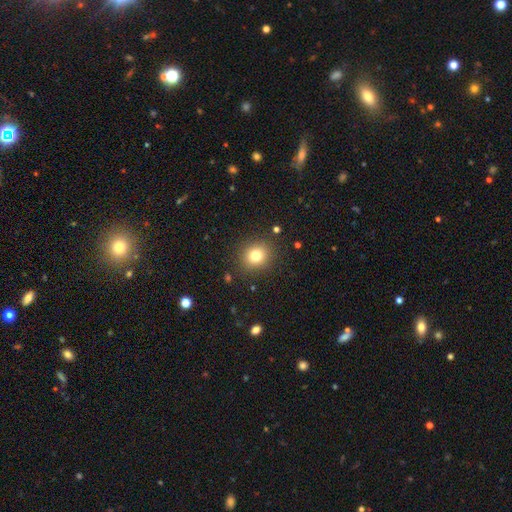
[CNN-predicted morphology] This appears to be a smooth galaxy with no disk features (78%) that is round (80%). Merging: none (89%).